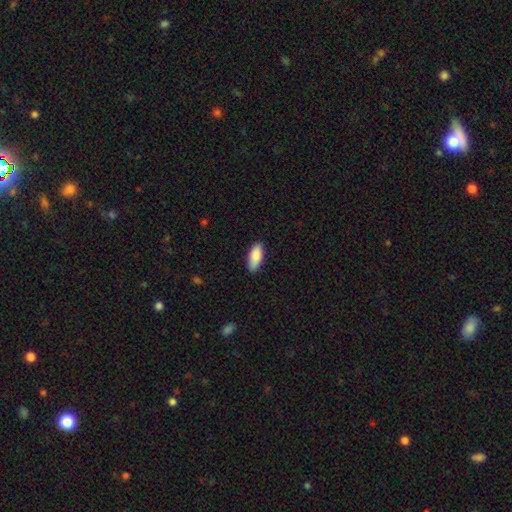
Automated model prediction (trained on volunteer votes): A smooth galaxy with no disk features (88%) that is in between round and cigar-shaped (84%).

Vote fractions:
- Smooth or featured? smooth: 88% / star or artifact: 6% / featured or disk: 6%
- How rounded? in between: 84% / cigar-shaped: 14% / round: 2%
- Merging? none: 84% / minor disturbance: 13% / major disturbance: 2% / merger: 1%